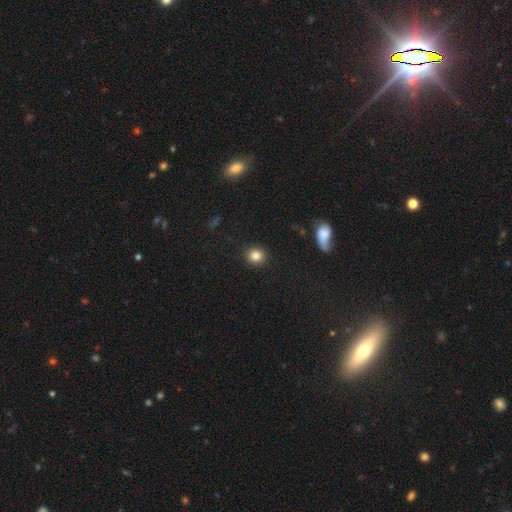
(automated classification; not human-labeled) smooth_or_featured: smooth (p=0.84) [alt: star or artifact p=0.10]
how_rounded: round (p=0.87) [alt: in between p=0.12]
merging: none (p=0.91) [alt: minor disturbance p=0.06]